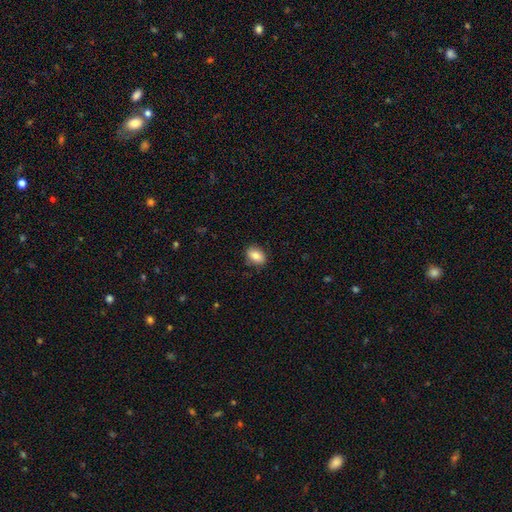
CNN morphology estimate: The model was most divided on "how rounded": in between: 81%, round: 17%, cigar-shaped: 2%. More confident: merging — none (84%); smooth or featured — smooth (83%).